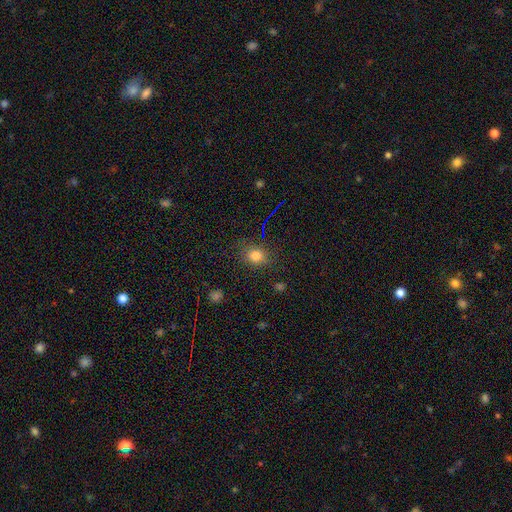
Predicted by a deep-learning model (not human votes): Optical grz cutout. It shows a smooth galaxy with no disk features (79%) that is round (55%). Merging: none (82%).